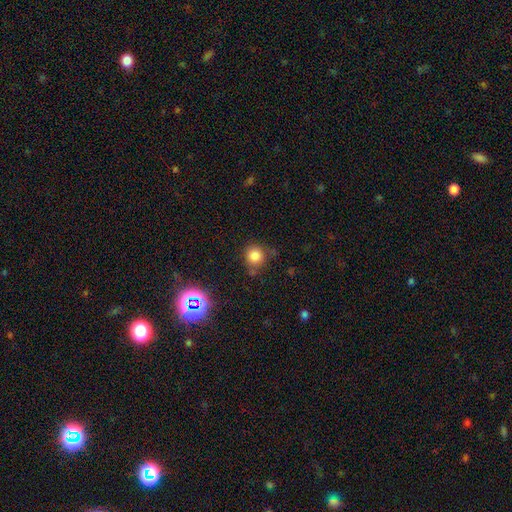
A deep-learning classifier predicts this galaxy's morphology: smooth_or_featured: smooth (p=0.80) [alt: star or artifact p=0.15]
how_rounded: round (p=0.88) [alt: in between p=0.11]
merging: none (p=0.71) [alt: minor disturbance p=0.18]